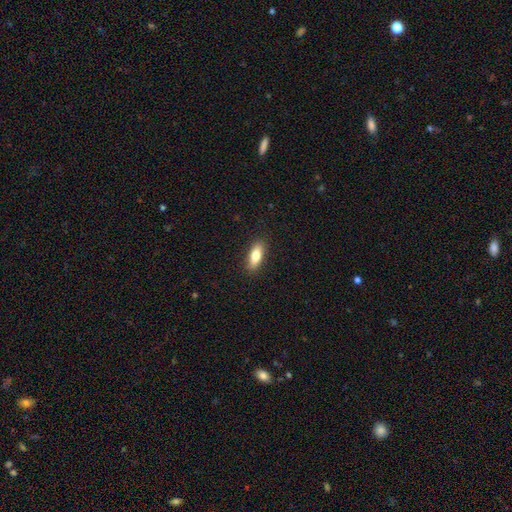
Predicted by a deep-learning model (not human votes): Q: Smooth or featured?
A: smooth (79%); runner-up: featured or disk (15%)
Q: How rounded?
A: in between (66%); runner-up: cigar-shaped (31%)
Q: Merging?
A: none (89%); runner-up: minor disturbance (8%)